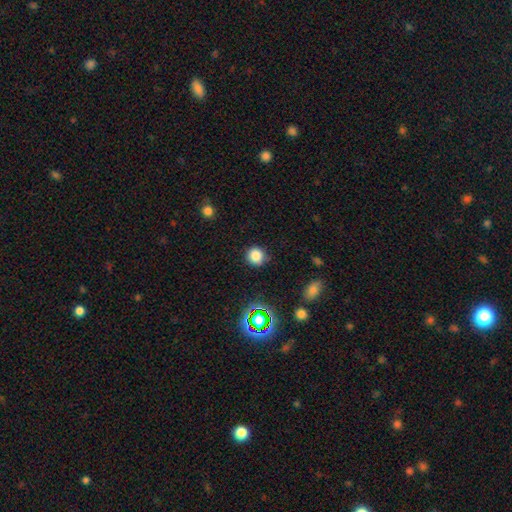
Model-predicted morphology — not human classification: smooth 81%, star or artifact 15%, featured or disk 5%. Down the decision tree: how rounded — round (88%); merging — none (84%).